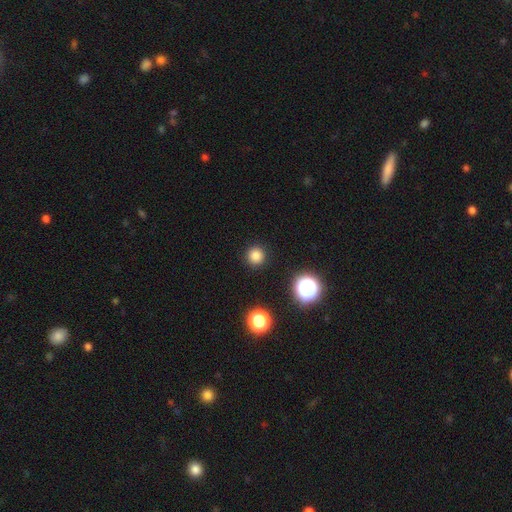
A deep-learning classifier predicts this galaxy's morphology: Q: Smooth or featured?
A: smooth (81%); runner-up: star or artifact (15%)
Q: How rounded?
A: round (96%); runner-up: in between (3%)
Q: Merging?
A: none (92%); runner-up: minor disturbance (5%)